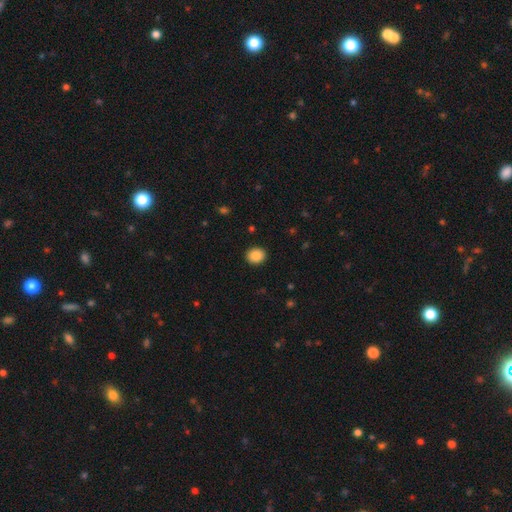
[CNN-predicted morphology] A smooth galaxy with no disk features (87%) that is round (69%). Merging: none (91%).